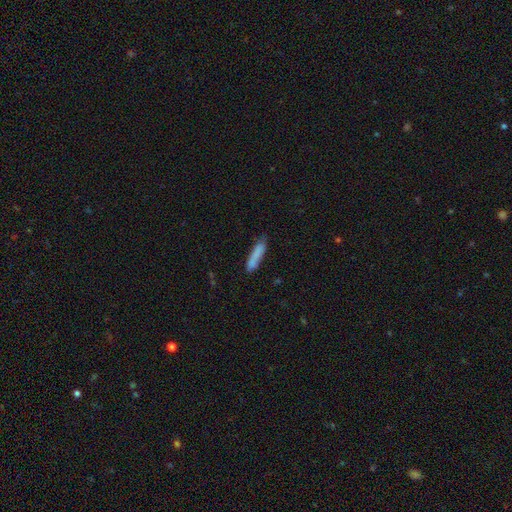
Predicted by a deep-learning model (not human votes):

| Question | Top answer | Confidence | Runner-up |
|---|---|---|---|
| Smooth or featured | smooth | 82% | featured or disk (11%) |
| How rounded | cigar-shaped | 86% | in between (13%) |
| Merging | none | 75% | minor disturbance (18%) |